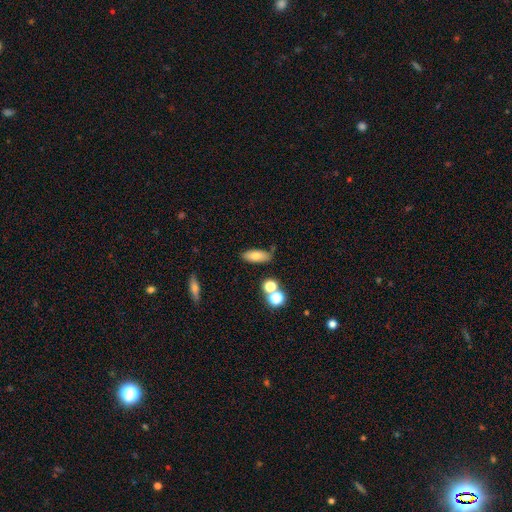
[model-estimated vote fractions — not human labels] Q: Smooth or featured?
A: smooth (73%); runner-up: featured or disk (17%)
Q: How rounded?
A: in between (74%); runner-up: cigar-shaped (22%)
Q: Merging?
A: none (74%); runner-up: minor disturbance (14%)